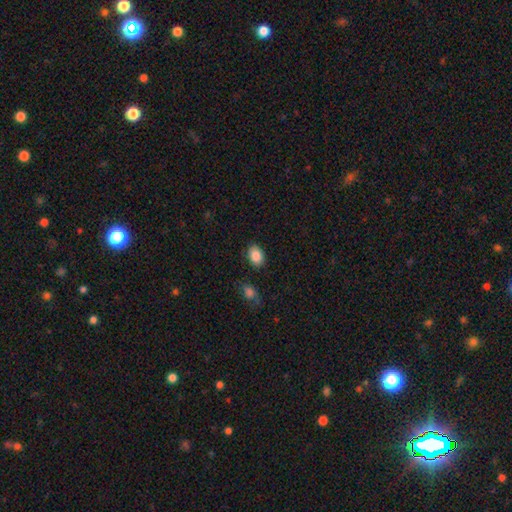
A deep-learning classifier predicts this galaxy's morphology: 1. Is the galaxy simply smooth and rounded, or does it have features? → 86% smooth, 8% star or artifact, 6% featured or disk.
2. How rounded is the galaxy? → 80% in between, 19% round, 1% cigar-shaped.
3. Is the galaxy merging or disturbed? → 84% none, 11% minor disturbance, 3% major disturbance, 2% merger.